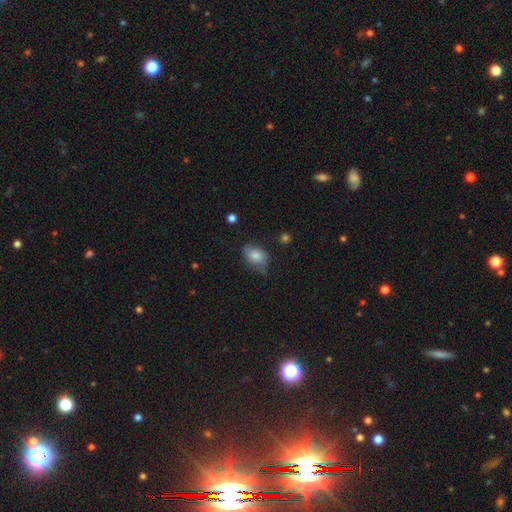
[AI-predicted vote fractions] Smooth or featured? smooth (77%)
How rounded? in between (81%)
Merging? none (54%)